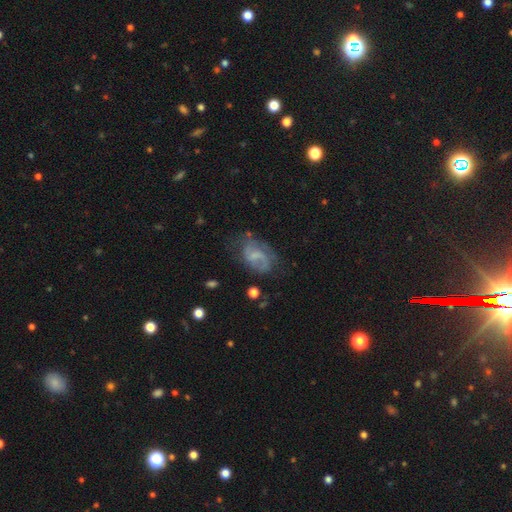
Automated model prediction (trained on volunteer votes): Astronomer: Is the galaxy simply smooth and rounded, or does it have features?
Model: featured or disk — 61%.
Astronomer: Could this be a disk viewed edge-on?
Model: no — 97%.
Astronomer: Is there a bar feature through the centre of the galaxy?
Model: weak — 45% (runner-up: no, 44%).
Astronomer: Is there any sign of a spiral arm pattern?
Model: yes — 79%.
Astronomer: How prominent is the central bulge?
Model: small — 40% (runner-up: none, 39%).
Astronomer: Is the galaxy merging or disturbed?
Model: none — 53%.